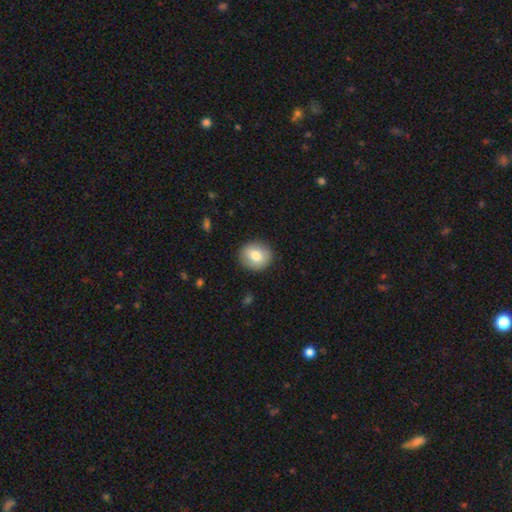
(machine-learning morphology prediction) type=smooth (77%); roundness=round (78%); merging=none (89%).